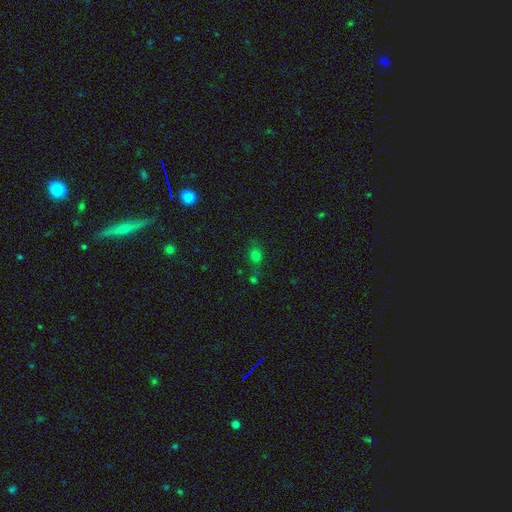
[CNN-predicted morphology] Smooth or featured? Predicted: smooth (p=0.68). How rounded? Predicted: round (p=0.56). Merging? Predicted: none (p=0.68).